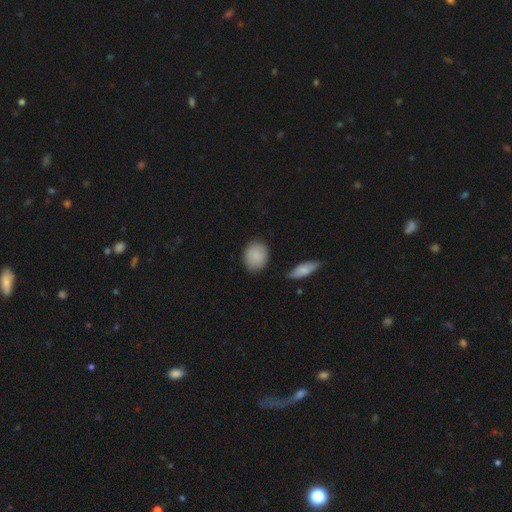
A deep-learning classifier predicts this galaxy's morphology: Q: Smooth or featured?
A: smooth (88%); runner-up: star or artifact (7%)
Q: How rounded?
A: in between (49%); tied with: round (49%)
Q: Merging?
A: none (82%); runner-up: minor disturbance (12%)